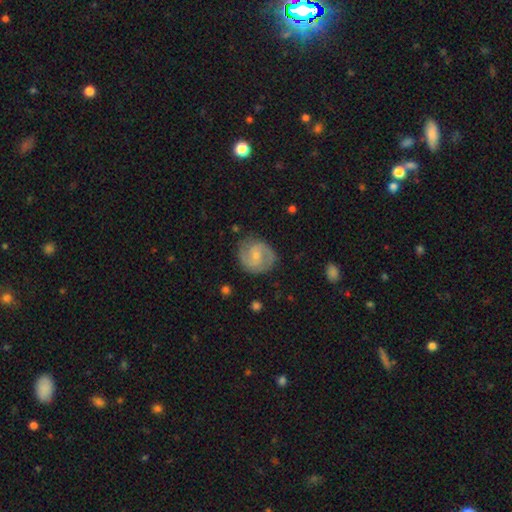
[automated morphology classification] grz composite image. It shows a featured or disk galaxy (76%) with no bar (48%), 2 (85%) medium (50%) spiral arms (94%) and a small central bulge (63%). Merging: none (80%).